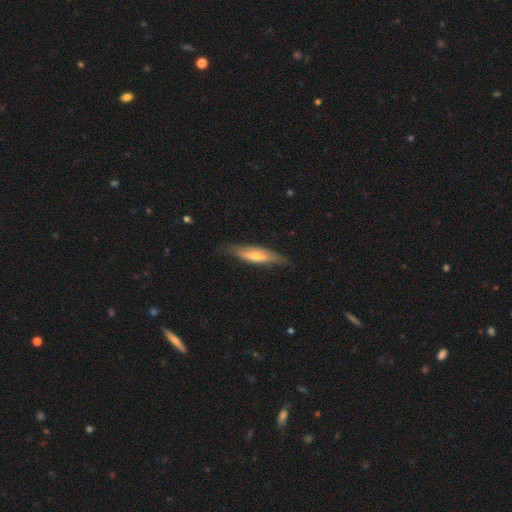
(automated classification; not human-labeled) A featured or disk galaxy (52%) viewed edge-on (80%). Merging: none (79%).